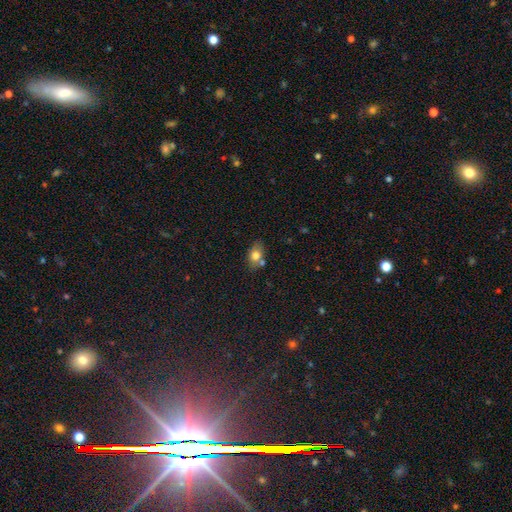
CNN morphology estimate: A smooth galaxy with no disk features (74%) that is in between round and cigar-shaped (78%). Merging: none (63%).